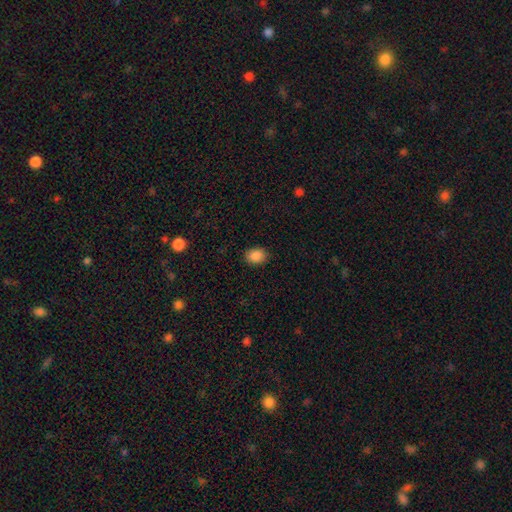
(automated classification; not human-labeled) smooth_or_featured: smooth (p=0.88) [alt: star or artifact p=0.09]
how_rounded: in between (p=0.60) [alt: round p=0.39]
merging: none (p=0.88) [alt: minor disturbance p=0.09]